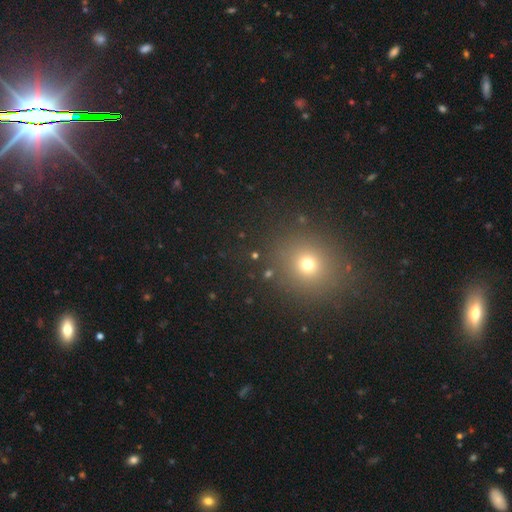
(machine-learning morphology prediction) Smooth or featured: smooth — 57% (star or artifact — 36%)
How rounded: round — 84% (in between — 15%)
Merging: none — 87% (minor disturbance — 7%)